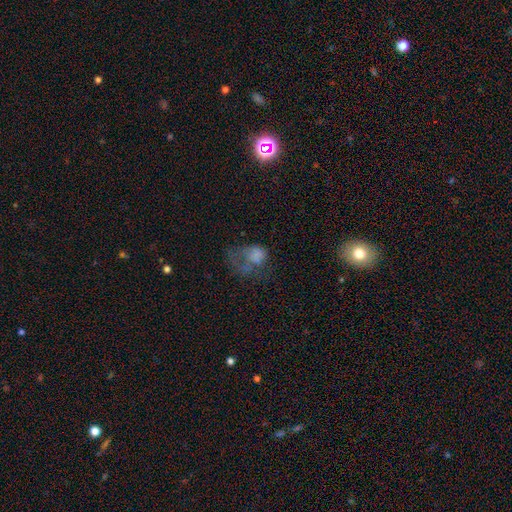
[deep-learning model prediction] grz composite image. It shows a smooth galaxy with no disk features (60%) that is in between round and cigar-shaped (65%). Merging: major disturbance (57%).